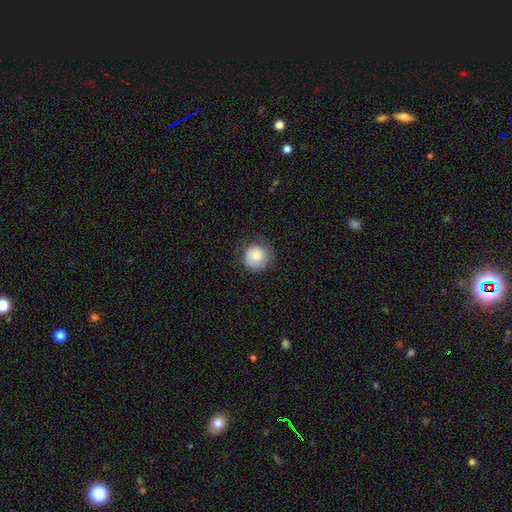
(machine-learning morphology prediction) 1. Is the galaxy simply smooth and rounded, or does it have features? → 73% smooth, 19% featured or disk, 8% star or artifact.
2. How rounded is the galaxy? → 92% round, 7% in between, 1% cigar-shaped.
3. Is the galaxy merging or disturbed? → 72% none, 19% minor disturbance, 7% major disturbance, 1% merger.